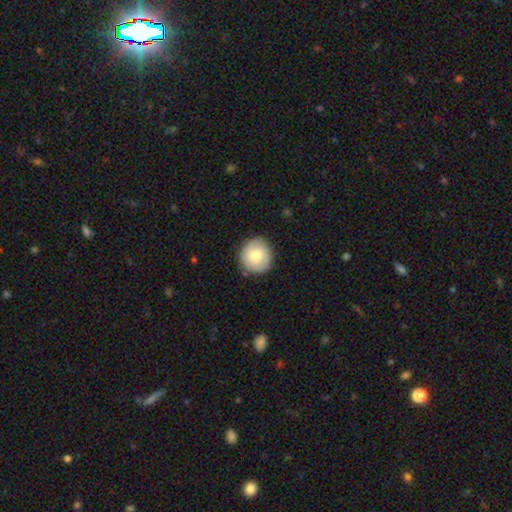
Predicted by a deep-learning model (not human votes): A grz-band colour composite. It shows a smooth galaxy with no disk features (74%) that is round (92%). Merging: none (85%).